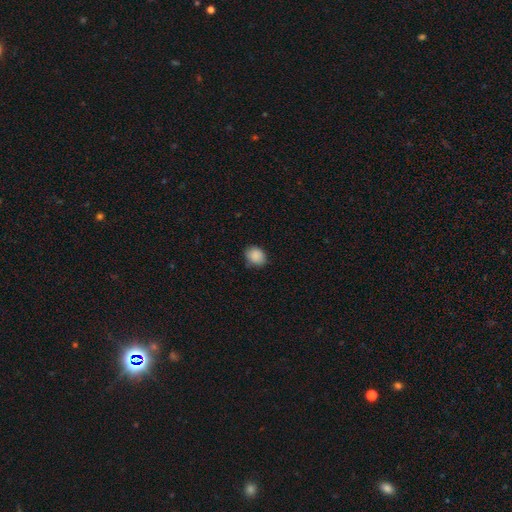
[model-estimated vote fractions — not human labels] This is clearly a smooth galaxy (89%). How rounded: possibly round (56%). Merging: clearly none (80%).